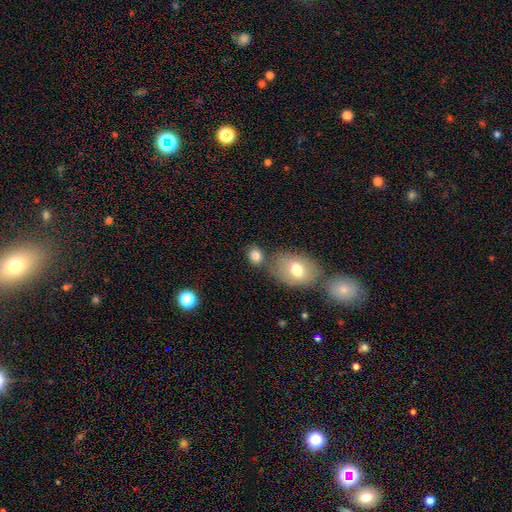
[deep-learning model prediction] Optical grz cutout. It shows a smooth galaxy with no disk features (82%) that is in between round and cigar-shaped (57%). Merging: none (62%).